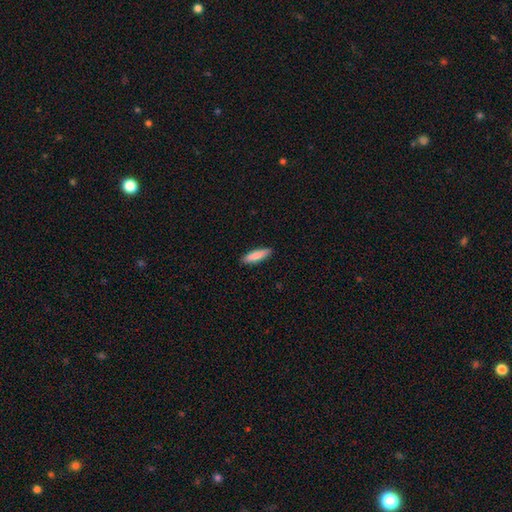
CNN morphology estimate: Q: Smooth or featured?
A: smooth (87%); runner-up: featured or disk (7%)
Q: How rounded?
A: cigar-shaped (63%); runner-up: in between (36%)
Q: Merging?
A: none (88%); runner-up: minor disturbance (10%)